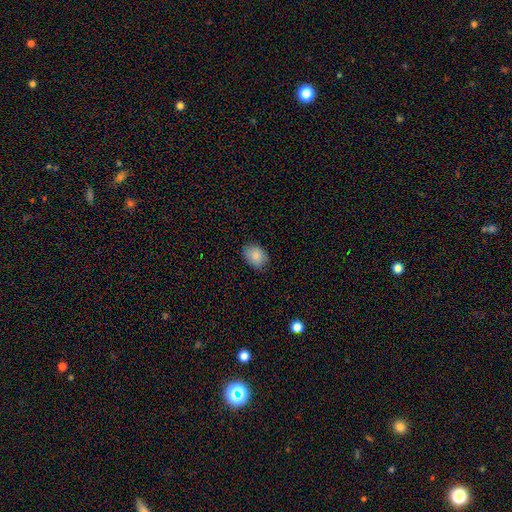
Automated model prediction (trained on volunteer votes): smooth 86%, star or artifact 8%, featured or disk 6%. Down the decision tree: how rounded — in between (69%); merging — none (81%).